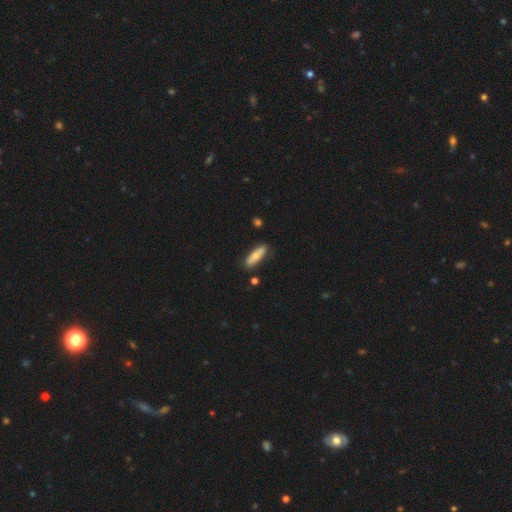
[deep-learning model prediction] Overall: smooth (69%). How rounded: cigar-shaped (55%; in between 43%). Merging: none (82%).